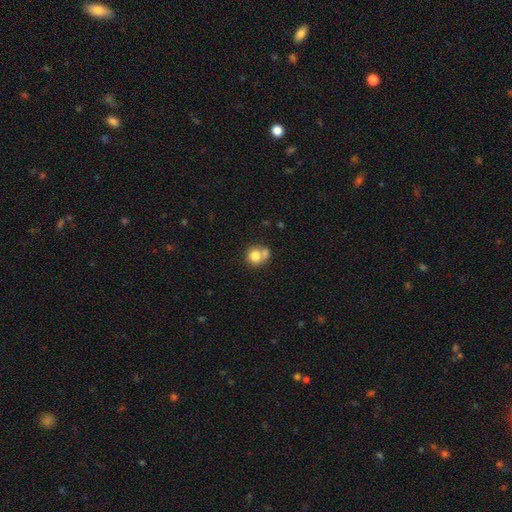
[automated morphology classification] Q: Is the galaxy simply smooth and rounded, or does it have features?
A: smooth — 77%.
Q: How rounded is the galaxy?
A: round — 83%.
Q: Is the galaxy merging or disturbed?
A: merger — 44%.